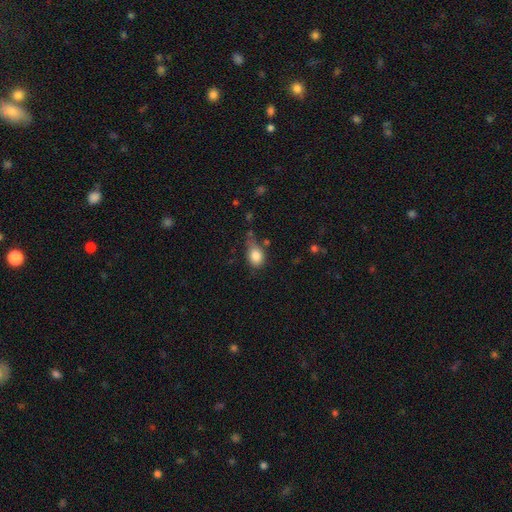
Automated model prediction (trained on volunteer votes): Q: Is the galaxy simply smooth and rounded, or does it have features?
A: smooth — 84%.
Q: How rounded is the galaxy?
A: in between — 65%.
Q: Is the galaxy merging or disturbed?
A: none — 46%.